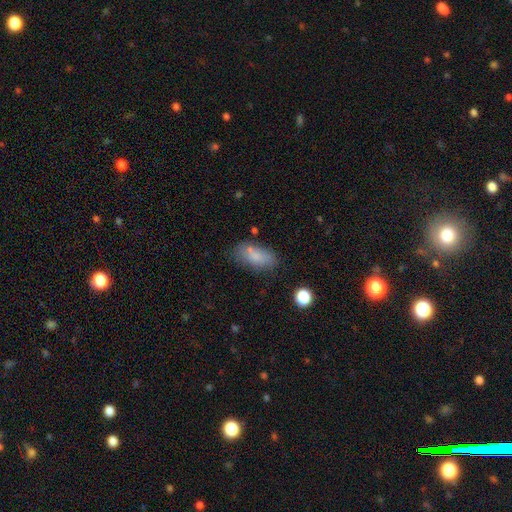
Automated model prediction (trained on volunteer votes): This is likely a smooth galaxy (80%). How rounded: clearly in between (87%). Merging: likely none (65%).